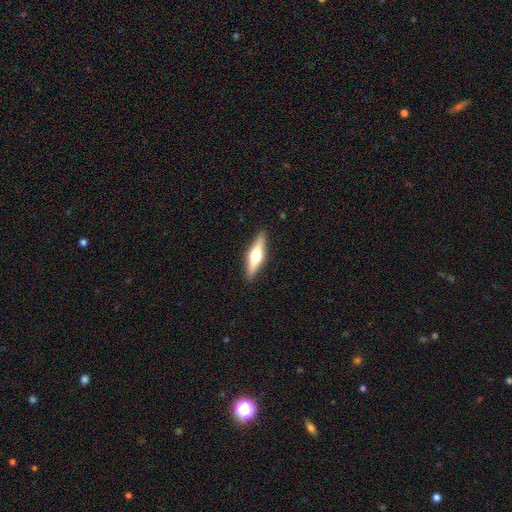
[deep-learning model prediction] smooth-or-featured: featured or disk: 58% | smooth: 36% | star or artifact: 6%
  disk-edge-on: yes: 96% | no: 4%
    edge-on-bulge: rounded: 94% | boxy: 4% | none: 2%
  merging: none: 90% | minor disturbance: 7% | major disturbance: 2% | merger: 1%